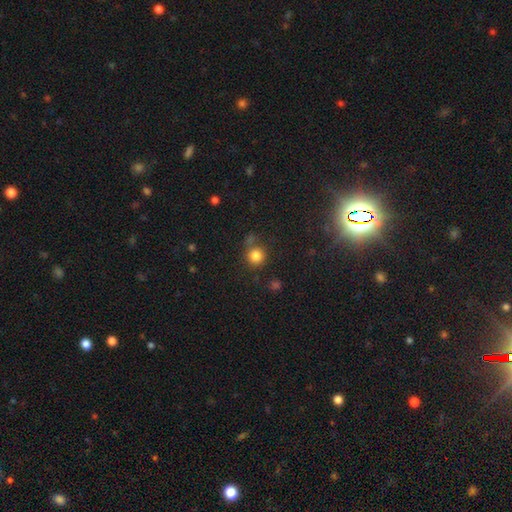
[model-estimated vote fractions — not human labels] smooth_or_featured: smooth (p=0.82) [alt: star or artifact p=0.13]
how_rounded: round (p=0.92) [alt: in between p=0.07]
merging: none (p=0.74) [alt: minor disturbance p=0.11]